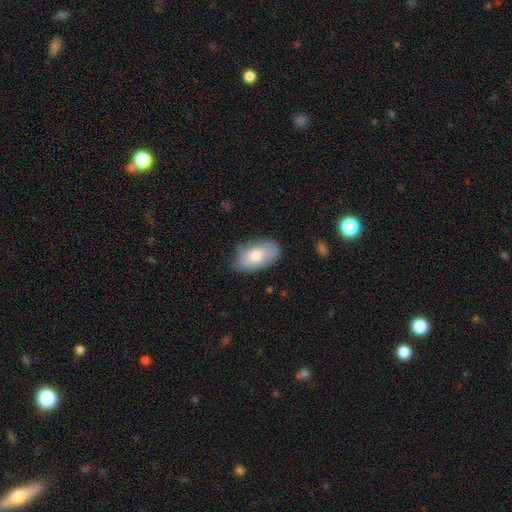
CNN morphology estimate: A smooth galaxy with no disk features (72%) that is in between round and cigar-shaped (92%).

Vote fractions:
- Smooth or featured? smooth: 72% / featured or disk: 21% / star or artifact: 7%
- How rounded? in between: 92% / round: 6% / cigar-shaped: 2%
- Merging? none: 68% / minor disturbance: 25% / major disturbance: 5% / merger: 2%